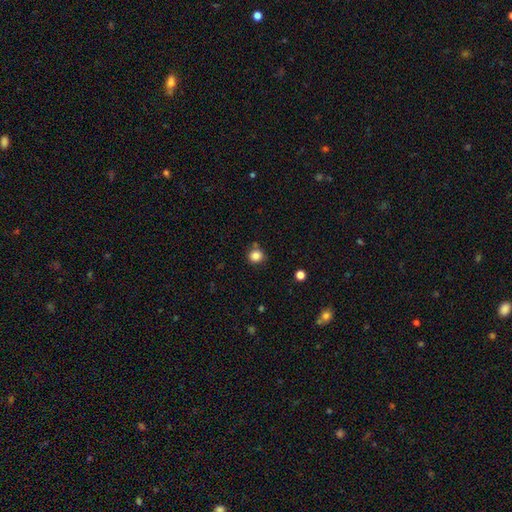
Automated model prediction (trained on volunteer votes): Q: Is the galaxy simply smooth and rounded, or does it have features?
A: smooth — 84%.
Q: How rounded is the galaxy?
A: round — 88%.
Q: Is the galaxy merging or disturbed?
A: none — 77%.